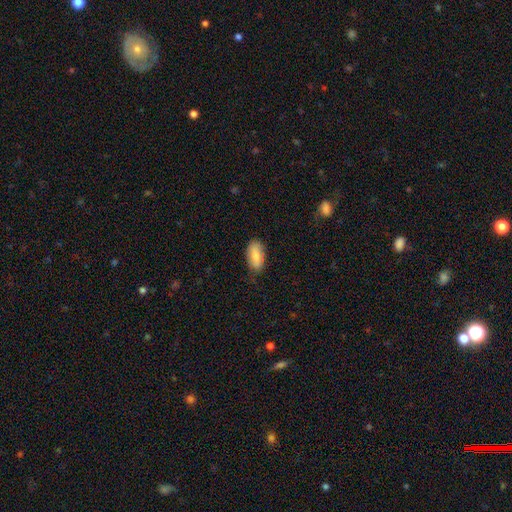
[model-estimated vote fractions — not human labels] This is likely a smooth galaxy (80%). How rounded: clearly in between (92%). Merging: likely none (75%).